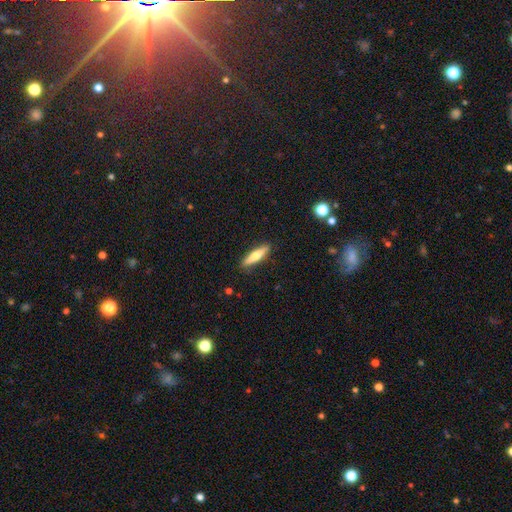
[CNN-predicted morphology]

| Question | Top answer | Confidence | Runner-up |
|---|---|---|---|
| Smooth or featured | smooth | 52% | featured or disk (43%) |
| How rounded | cigar-shaped | 81% | in between (17%) |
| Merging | none | 90% | minor disturbance (7%) |